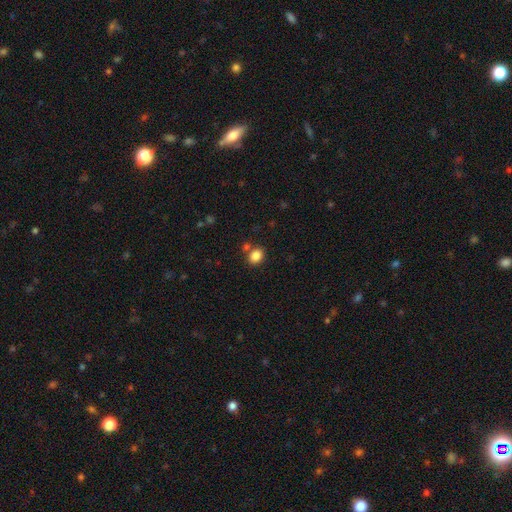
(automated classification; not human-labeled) This appears to be a smooth galaxy with no disk features (85%) that is in between round and cigar-shaped (56%). Merging: none (72%).